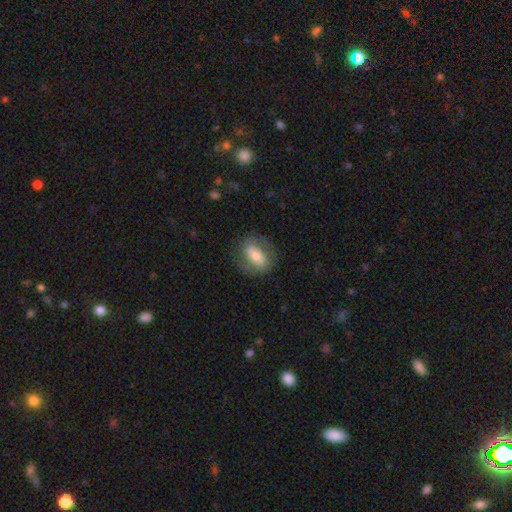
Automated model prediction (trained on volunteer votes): Q: Smooth or featured?
A: smooth (54%); runner-up: featured or disk (39%)
Q: How rounded?
A: in between (78%); runner-up: round (13%)
Q: Merging?
A: none (77%); runner-up: minor disturbance (15%)